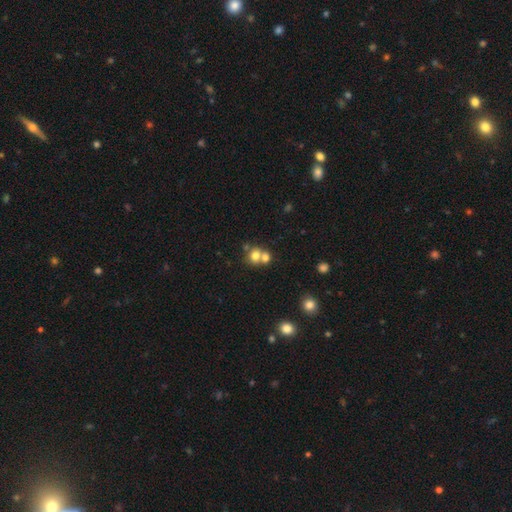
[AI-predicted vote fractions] This is likely a smooth galaxy (73%). How rounded: likely round (77%). Merging: possibly merger (56%).